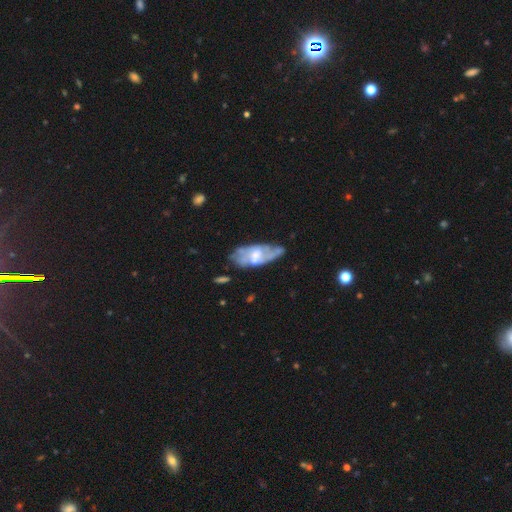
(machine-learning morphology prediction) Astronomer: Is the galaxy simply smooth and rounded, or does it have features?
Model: featured or disk — 65%.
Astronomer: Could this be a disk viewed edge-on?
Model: no — 92%.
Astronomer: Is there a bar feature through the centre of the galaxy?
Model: no — 48% (runner-up: weak, 39%).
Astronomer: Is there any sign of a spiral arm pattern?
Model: yes — 57% (runner-up: no, 43%).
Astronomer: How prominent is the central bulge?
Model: moderate — 43% (runner-up: small, 33%).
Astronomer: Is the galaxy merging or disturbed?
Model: none — 42% (runner-up: minor disturbance, 27%).